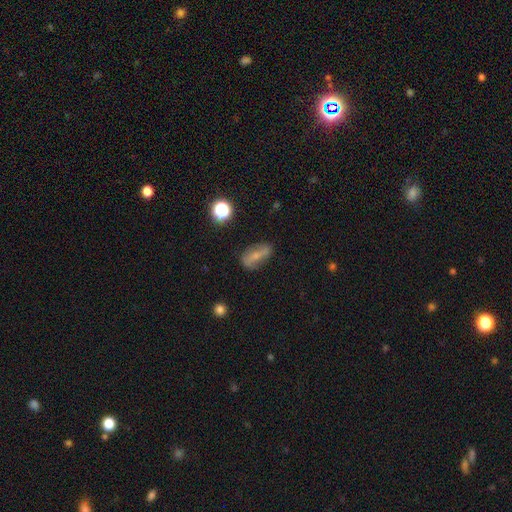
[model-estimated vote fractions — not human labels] smooth-or-featured: featured or disk: 46% | smooth: 43% | star or artifact: 11%
  merging: none: 71% | minor disturbance: 20% | major disturbance: 7% | merger: 2%